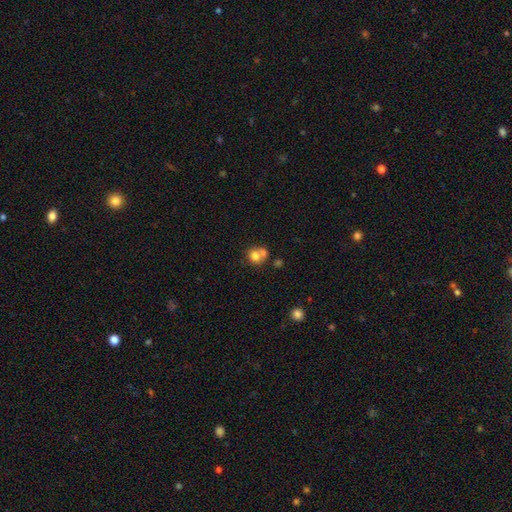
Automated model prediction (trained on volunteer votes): A smooth galaxy with no disk features (74%) that is round (76%).

Vote fractions:
- Smooth or featured? smooth: 74% / featured or disk: 15% / star or artifact: 11%
- How rounded? round: 76% / in between: 23% / cigar-shaped: 1%
- Merging? merger: 51% / none: 37% / minor disturbance: 8% / major disturbance: 4%